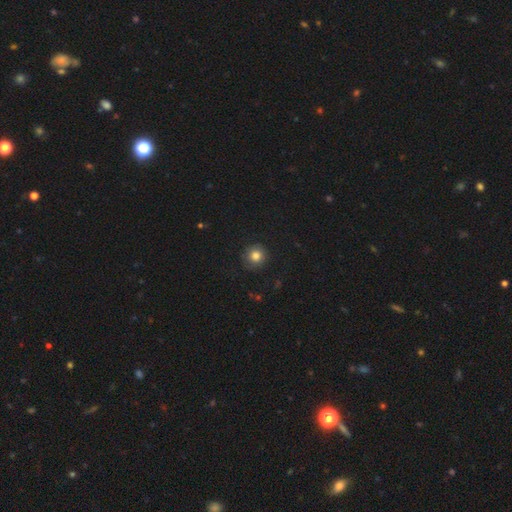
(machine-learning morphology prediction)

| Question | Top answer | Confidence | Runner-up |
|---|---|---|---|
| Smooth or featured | smooth | 82% | star or artifact (10%) |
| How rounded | round | 94% | in between (6%) |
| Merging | none | 86% | minor disturbance (10%) |